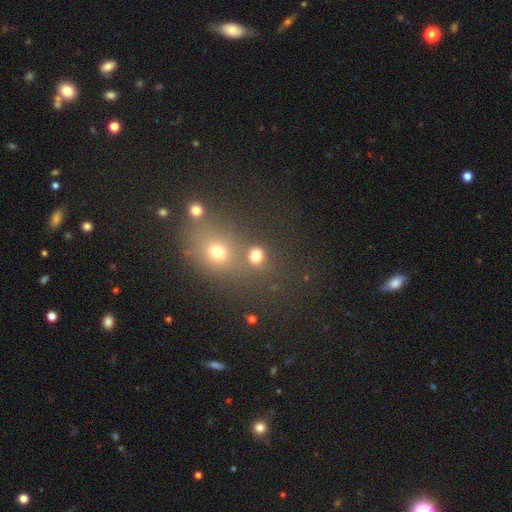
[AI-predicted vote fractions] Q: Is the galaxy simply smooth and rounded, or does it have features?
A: smooth — 77%.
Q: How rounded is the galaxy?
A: round — 78%.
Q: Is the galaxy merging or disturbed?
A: none — 65%.